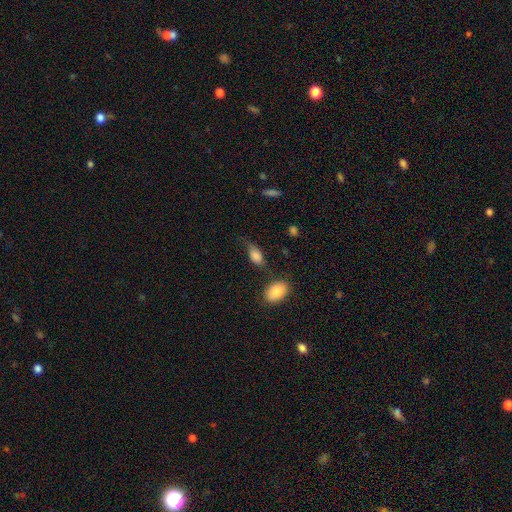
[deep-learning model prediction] This is clearly a smooth galaxy (82%). How rounded: clearly in between (90%). Merging: possibly none (45%).